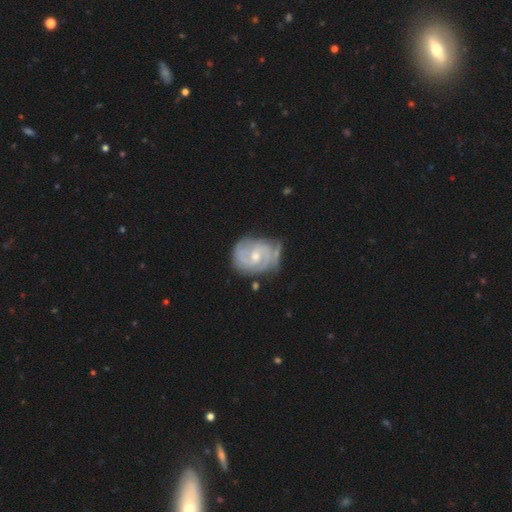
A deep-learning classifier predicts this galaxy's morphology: A featured or disk galaxy (82%) with no bar (49%), 2 (43%) tight (60%) spiral arms (92%) and a moderate central bulge (51%). Merging: none (55%).